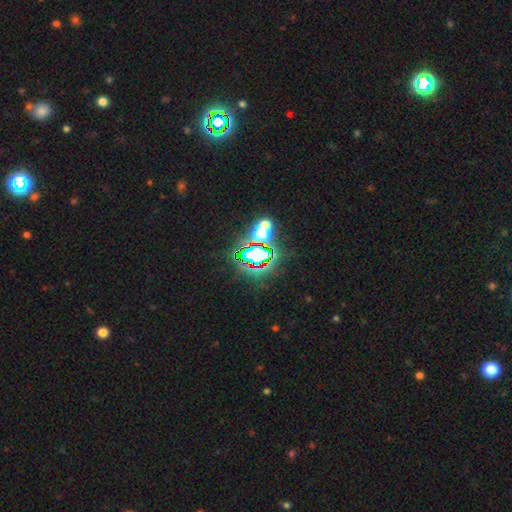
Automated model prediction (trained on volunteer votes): Smooth or featured?
  - star or artifact: 71% *
  - smooth: 16%
  - featured or disk: 12%